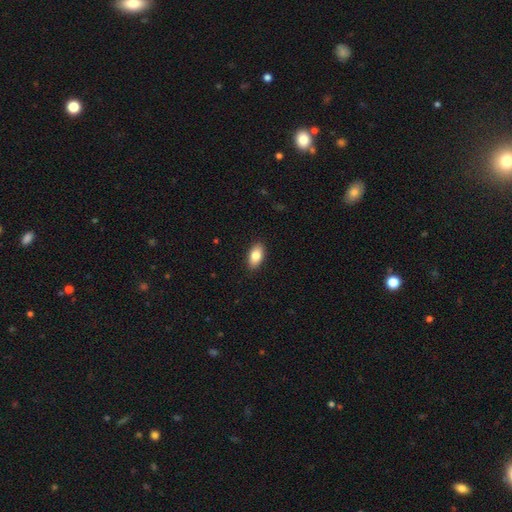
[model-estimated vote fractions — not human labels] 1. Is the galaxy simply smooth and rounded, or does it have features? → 83% smooth, 10% featured or disk, 7% star or artifact.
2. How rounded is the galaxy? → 92% in between, 5% round, 4% cigar-shaped.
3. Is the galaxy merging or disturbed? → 89% none, 8% minor disturbance, 2% major disturbance, 1% merger.